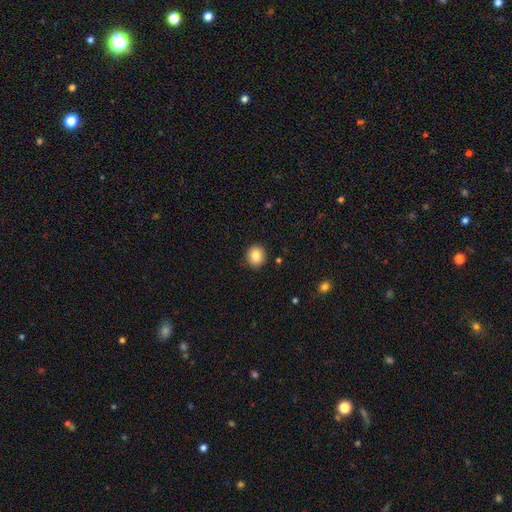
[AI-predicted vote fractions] Smooth or featured?
  - smooth: 84% *
  - star or artifact: 9%
  - featured or disk: 6%
How rounded?
  - round: 84% *
  - in between: 15%
  - cigar-shaped: 1%
Merging?
  - none: 90% *
  - minor disturbance: 7%
  - major disturbance: 2%
  - merger: 1%